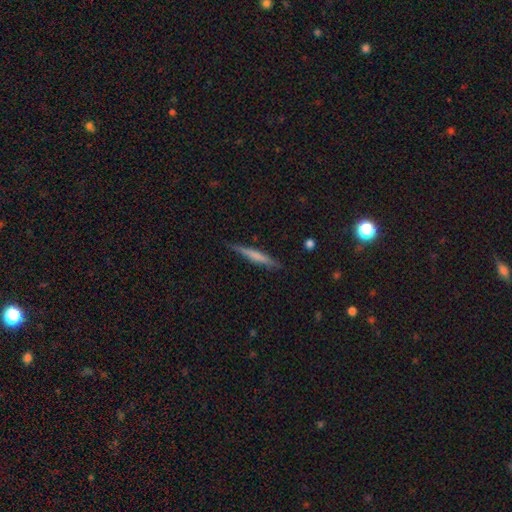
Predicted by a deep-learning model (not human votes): smooth_or_featured: smooth (p=0.53) [alt: featured or disk p=0.41]
how_rounded: cigar-shaped (p=0.94) [alt: in between p=0.04]
merging: none (p=0.86) [alt: minor disturbance p=0.11]